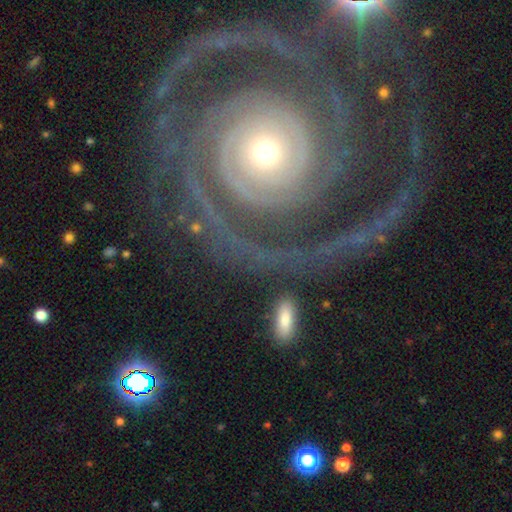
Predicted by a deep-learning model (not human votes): Smooth or featured? Predicted: featured or disk (p=0.79). Edge-on disk? Predicted: no (p=0.94). Bar? Predicted: no (p=0.74). Spiral arms? Predicted: yes (p=0.91). Spiral winding? Predicted: tight (p=0.70). Spiral arm count? Predicted: 2 (p=0.45). Bulge size? Predicted: small (p=0.49). Merging? Predicted: none (p=0.61).